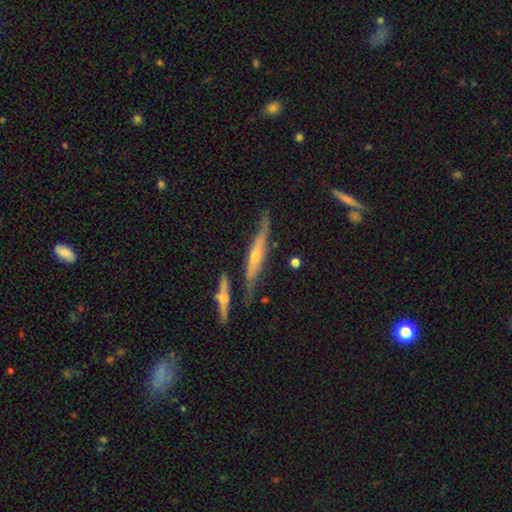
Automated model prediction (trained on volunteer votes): Smooth or featured: featured or disk — 75% (smooth — 18%)
Edge-on disk: yes — 92% (no — 8%)
Edge-on bulge: rounded — 75% (none — 18%)
Merging: none — 70% (minor disturbance — 16%)